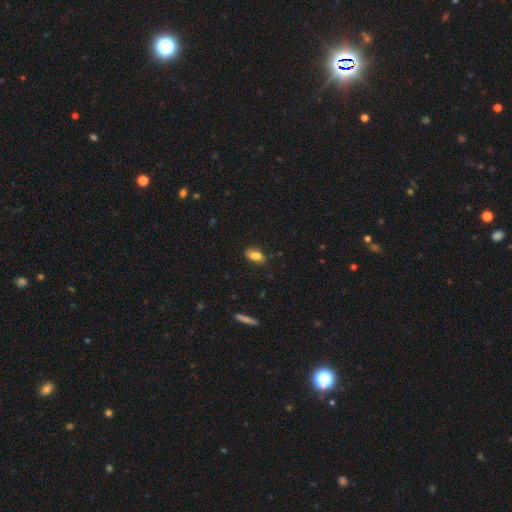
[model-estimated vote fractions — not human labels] Q: Smooth or featured?
A: smooth (82%); runner-up: featured or disk (9%)
Q: How rounded?
A: in between (86%); runner-up: cigar-shaped (8%)
Q: Merging?
A: none (73%); runner-up: minor disturbance (19%)